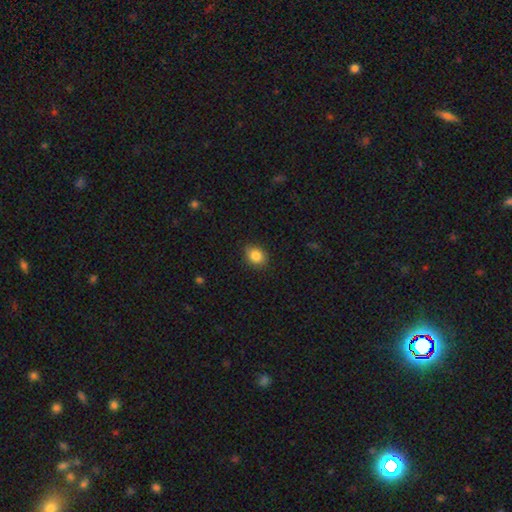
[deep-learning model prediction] Smooth or featured?
  - smooth: 85% *
  - star or artifact: 9%
  - featured or disk: 6%
How rounded?
  - in between: 53% *
  - round: 45%
  - cigar-shaped: 1%
Merging?
  - none: 83% *
  - minor disturbance: 14%
  - major disturbance: 3%
  - merger: 1%